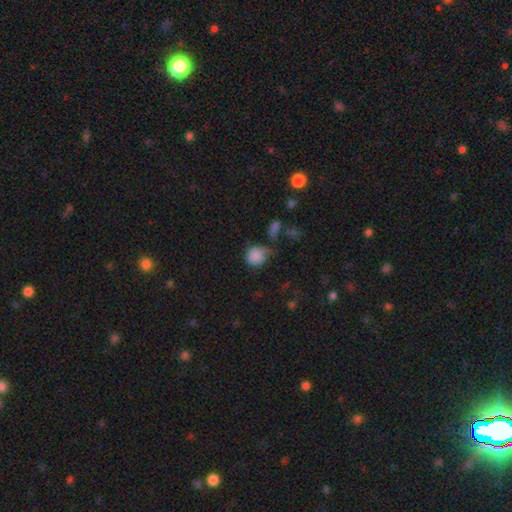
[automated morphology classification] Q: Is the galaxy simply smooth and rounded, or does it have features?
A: smooth — 84%.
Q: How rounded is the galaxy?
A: round — 81%.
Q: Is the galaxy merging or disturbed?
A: none — 46%.